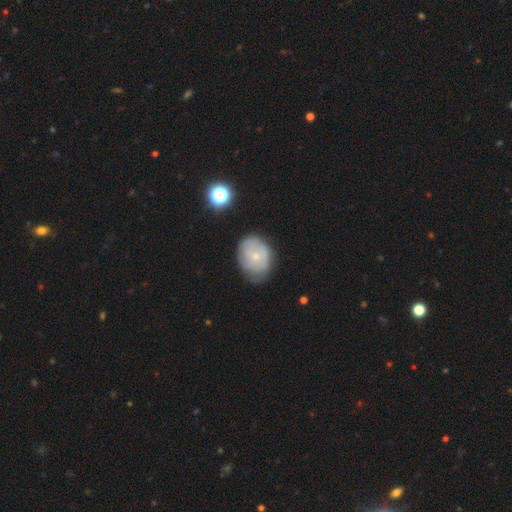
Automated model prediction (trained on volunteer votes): Smooth or featured?
  - smooth: 50% *
  - featured or disk: 42%
  - star or artifact: 9%
Merging?
  - none: 56% *
  - minor disturbance: 31%
  - major disturbance: 10%
  - merger: 2%